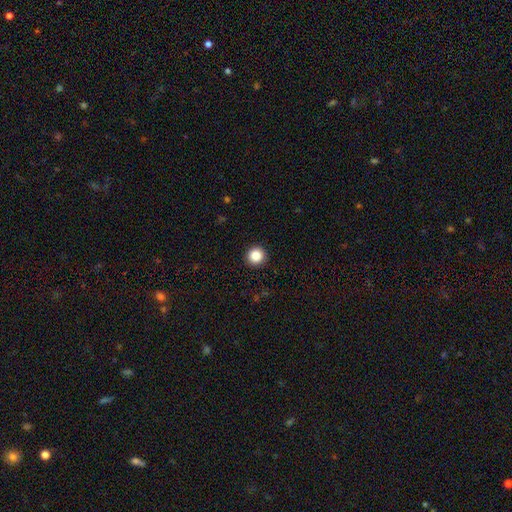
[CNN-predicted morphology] The model was most divided on "smooth or featured": smooth: 86%, star or artifact: 10%, featured or disk: 3%. More confident: how rounded — round (96%); merging — none (93%).